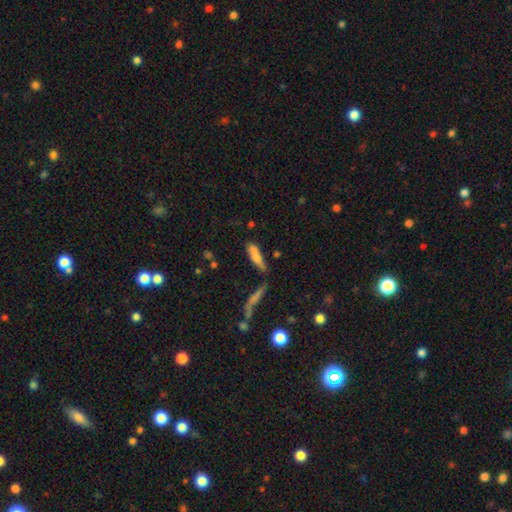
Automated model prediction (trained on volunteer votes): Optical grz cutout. It shows a smooth galaxy with no disk features (68%) that is cigar-shaped (68%). Merging: none (46%).